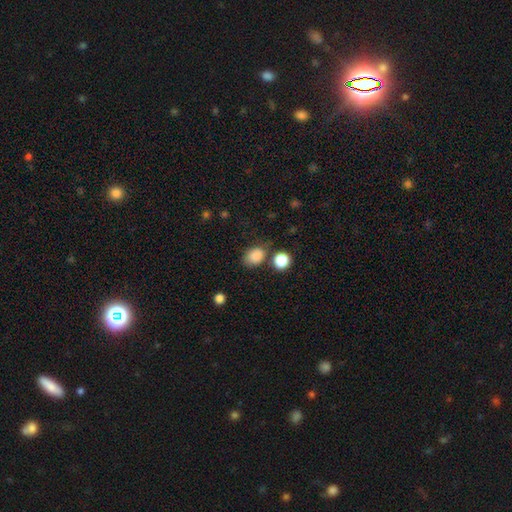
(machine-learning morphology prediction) A smooth galaxy with no disk features (86%) that is in between round and cigar-shaped (64%). Merging: none (67%).